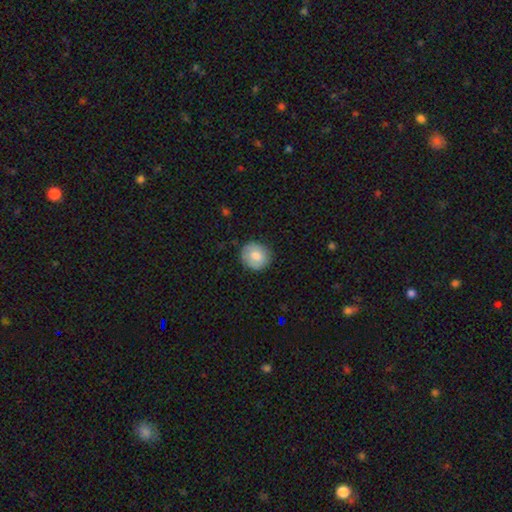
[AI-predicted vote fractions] smooth_or_featured: smooth (p=0.75) [alt: featured or disk p=0.18]
how_rounded: round (p=0.86) [alt: in between p=0.14]
merging: none (p=0.84) [alt: minor disturbance p=0.13]